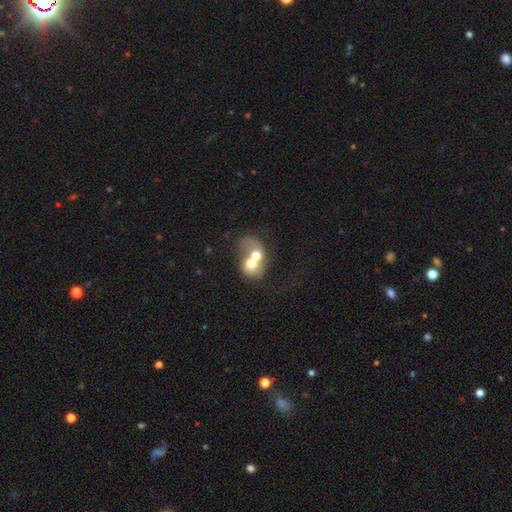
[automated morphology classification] smooth 53%, featured or disk 39%, star or artifact 9%. Down the decision tree: how rounded — round (51%); merging — merger (77%).